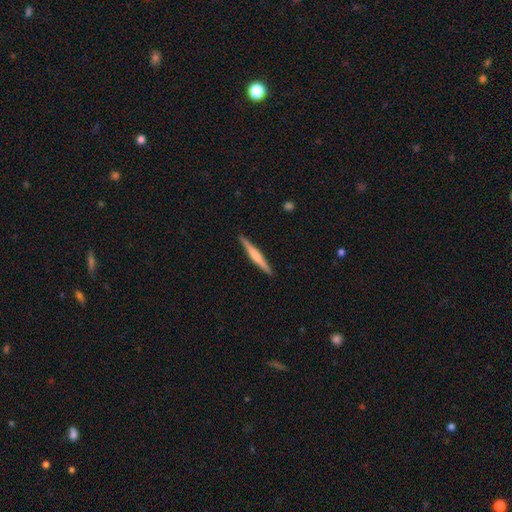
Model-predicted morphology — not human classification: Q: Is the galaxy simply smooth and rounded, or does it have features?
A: featured or disk — 52%.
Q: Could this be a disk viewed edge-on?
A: yes — 98%.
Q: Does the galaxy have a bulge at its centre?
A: rounded — 49%.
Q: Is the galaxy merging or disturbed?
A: none — 91%.